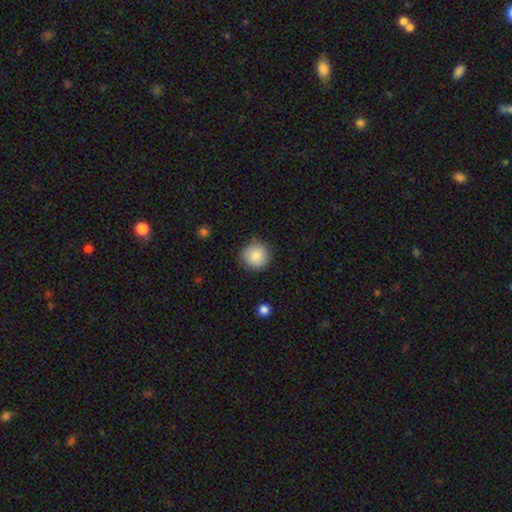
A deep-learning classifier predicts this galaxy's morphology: Smooth or featured: smooth — 86% (star or artifact — 8%)
How rounded: round — 94% (in between — 5%)
Merging: none — 85% (minor disturbance — 11%)